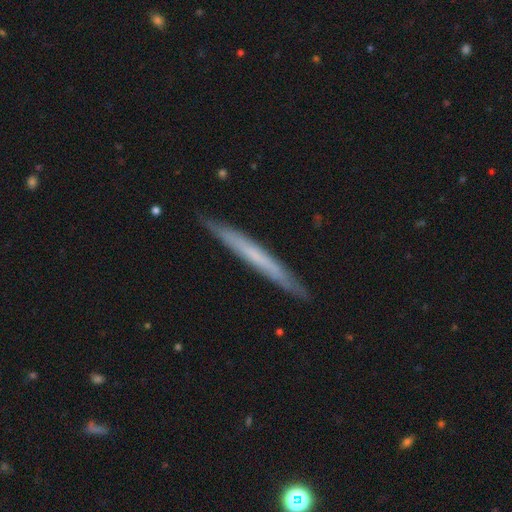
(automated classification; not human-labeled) A featured or disk galaxy (50%).

Vote fractions:
- Smooth or featured? featured or disk: 50% / smooth: 44% / star or artifact: 6%
- Merging? none: 90% / minor disturbance: 8% / major disturbance: 1% / merger: 1%